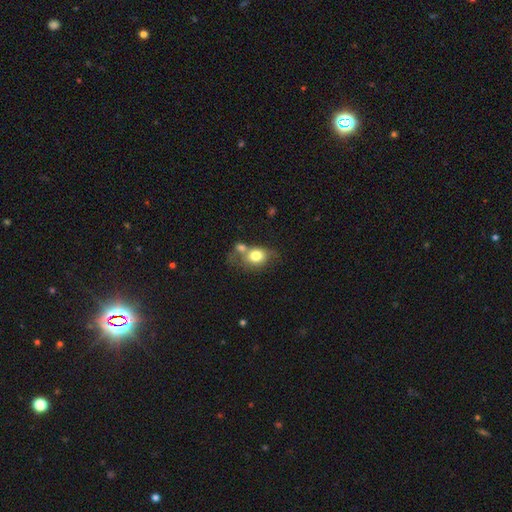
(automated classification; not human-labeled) The model was most divided on "merging": merger: 39%, none: 33%, minor disturbance: 17%, major disturbance: 12%. More confident: smooth or featured — smooth (75%); how rounded — round (54%).